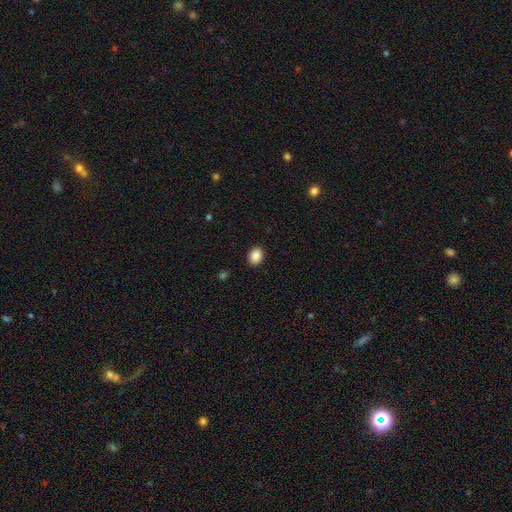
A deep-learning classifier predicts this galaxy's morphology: This appears to be a smooth galaxy with no disk features (89%) that is in between round and cigar-shaped (59%). Merging: none (90%).